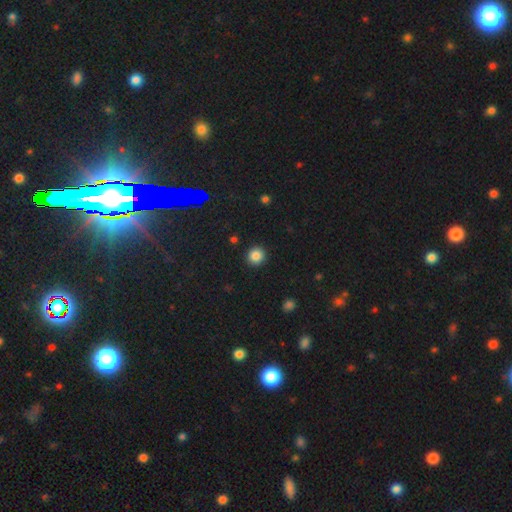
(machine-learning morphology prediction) This is clearly a smooth galaxy (85%). How rounded: clearly round (93%). Merging: clearly none (92%).